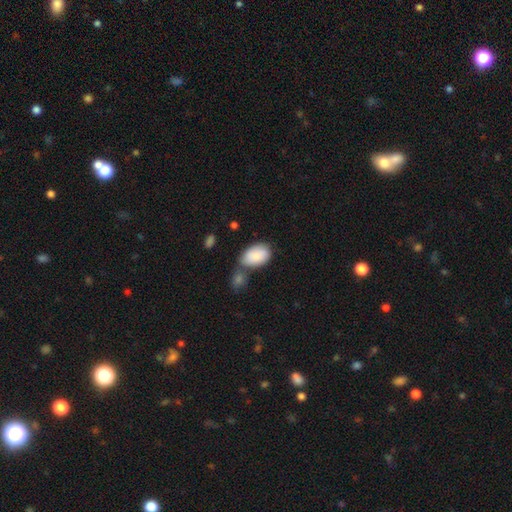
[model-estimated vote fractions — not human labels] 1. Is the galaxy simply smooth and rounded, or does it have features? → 85% smooth, 9% featured or disk, 6% star or artifact.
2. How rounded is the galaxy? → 92% in between, 7% round, 1% cigar-shaped.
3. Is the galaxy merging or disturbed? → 45% none, 31% merger, 18% minor disturbance, 6% major disturbance.